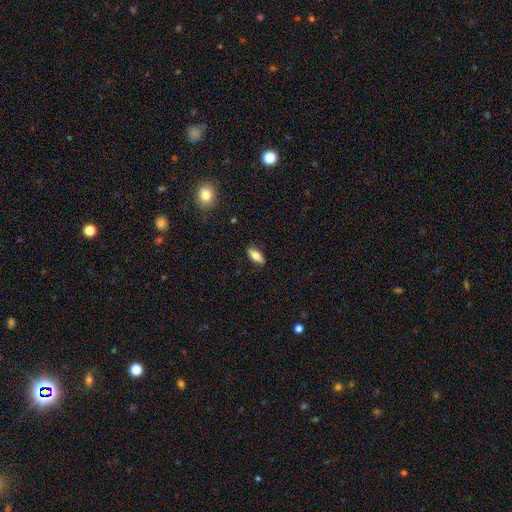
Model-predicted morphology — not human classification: Q: Smooth or featured?
A: smooth (73%); runner-up: featured or disk (20%)
Q: How rounded?
A: in between (72%); runner-up: cigar-shaped (26%)
Q: Merging?
A: none (87%); runner-up: minor disturbance (10%)